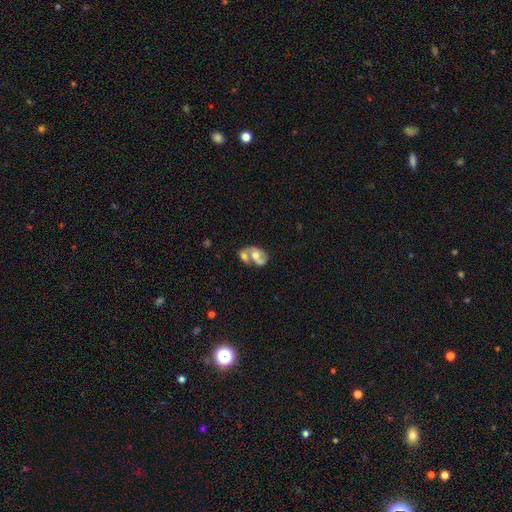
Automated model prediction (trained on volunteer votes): The model was most divided on "smooth or featured": featured or disk: 59%, smooth: 34%, star or artifact: 7%. More confident: edge-on disk — no (96%); spiral arms — yes (69%); bulge size — moderate (66%); bar — no (65%); merging — merger (57%).